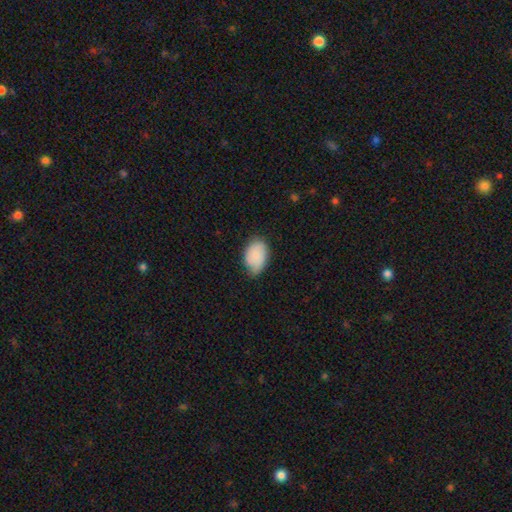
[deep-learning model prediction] This appears to be a smooth galaxy with no disk features (83%) that is in between round and cigar-shaped (89%). Merging: none (63%).